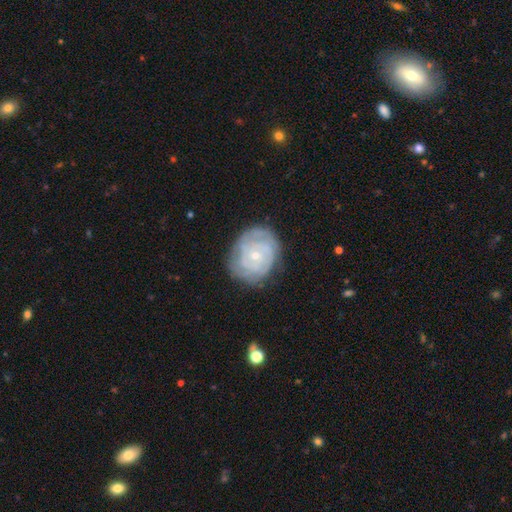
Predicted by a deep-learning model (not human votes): Smooth or featured: featured or disk — 76% (smooth — 17%)
Edge-on disk: no — 97% (yes — 3%)
Bar: no — 80% (weak — 17%)
Spiral arms: yes — 89% (no — 11%)
Spiral winding: tight — 77% (medium — 18%)
Spiral arm count: can't tell — 44% (2 — 17%)
Bulge size: small — 76% (moderate — 21%)
Merging: none — 76% (minor disturbance — 17%)